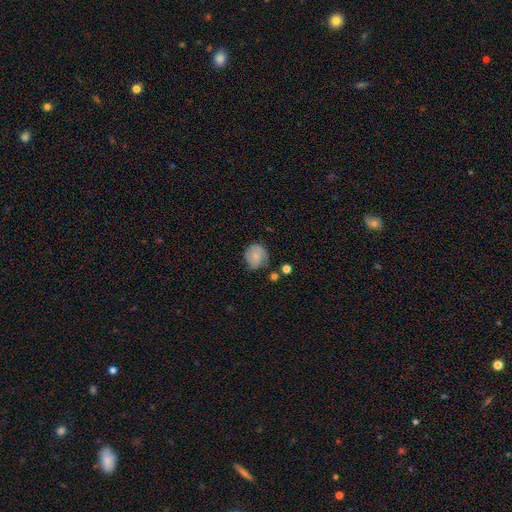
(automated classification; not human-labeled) Morphology: type=smooth (65%); roundness=round (80%); merging=none (61%).